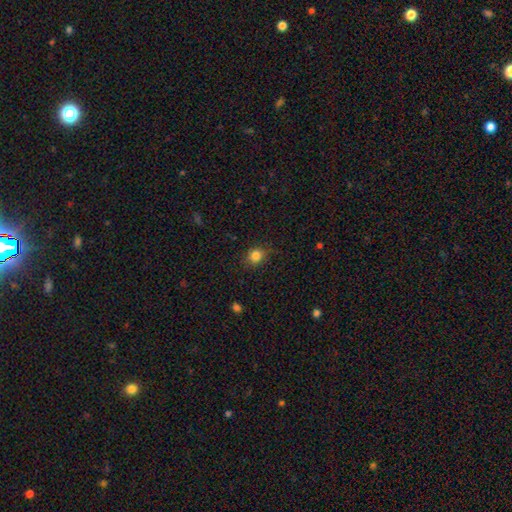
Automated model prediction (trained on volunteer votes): Q: Smooth or featured?
A: smooth (83%); runner-up: star or artifact (12%)
Q: How rounded?
A: round (76%); runner-up: in between (23%)
Q: Merging?
A: none (82%); runner-up: minor disturbance (13%)